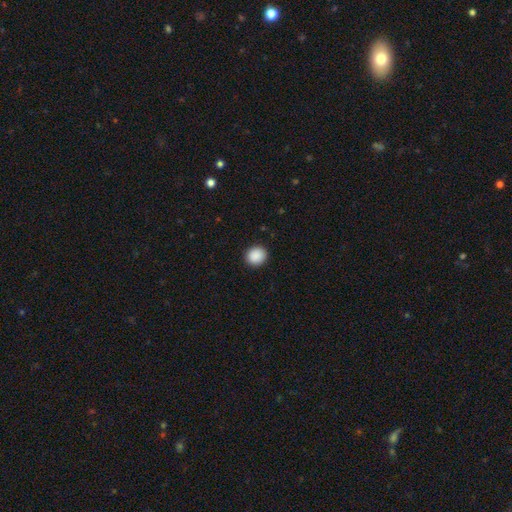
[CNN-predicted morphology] Smooth or featured? Predicted: smooth (p=0.90). How rounded? Predicted: round (p=0.78). Merging? Predicted: none (p=0.91).